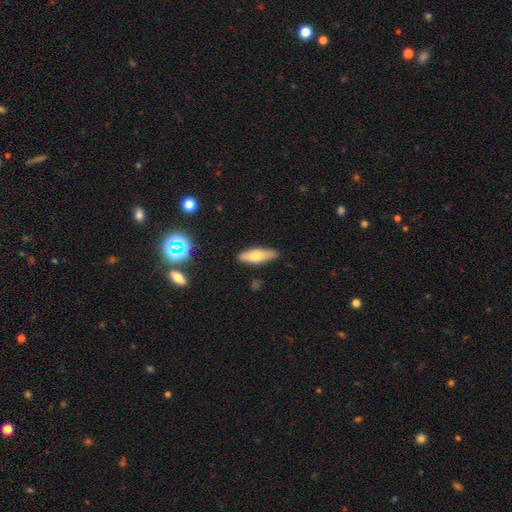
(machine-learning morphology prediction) A smooth galaxy with no disk features (66%) that is in between round and cigar-shaped (51%).

Vote fractions:
- Smooth or featured? smooth: 66% / featured or disk: 27% / star or artifact: 7%
- How rounded? in between: 51% / cigar-shaped: 47% / round: 2%
- Merging? none: 87% / minor disturbance: 10% / major disturbance: 2% / merger: 1%